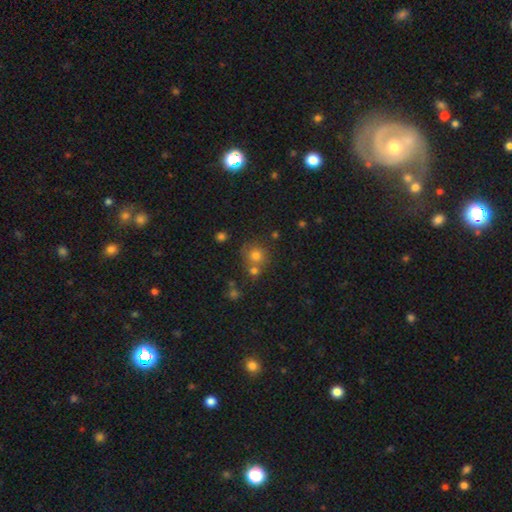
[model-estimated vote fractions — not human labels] Smooth or featured: smooth — 73% (star or artifact — 15%)
How rounded: round — 88% (in between — 11%)
Merging: none — 59% (merger — 26%)